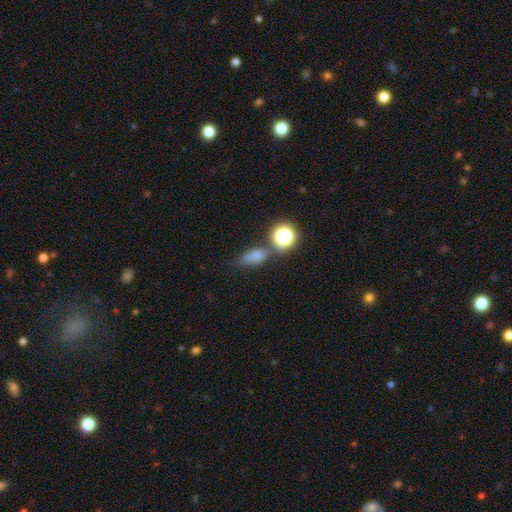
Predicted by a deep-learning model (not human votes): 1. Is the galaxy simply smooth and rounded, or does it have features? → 68% smooth, 19% star or artifact, 13% featured or disk.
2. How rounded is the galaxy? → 66% in between, 24% round, 10% cigar-shaped.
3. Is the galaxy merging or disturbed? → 44% none, 28% minor disturbance, 14% merger, 14% major disturbance.